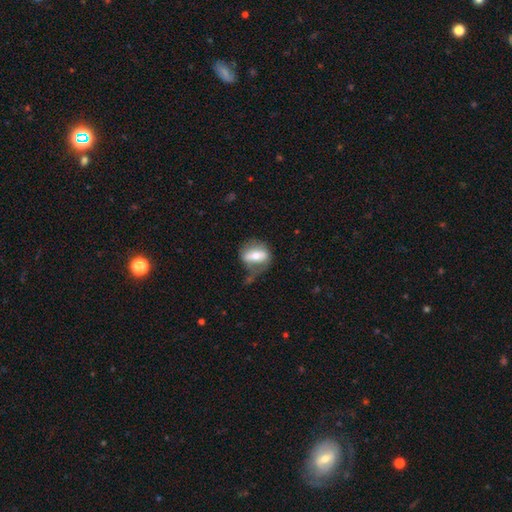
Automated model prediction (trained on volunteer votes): A smooth galaxy with no disk features (47%). Merging: none (41%).